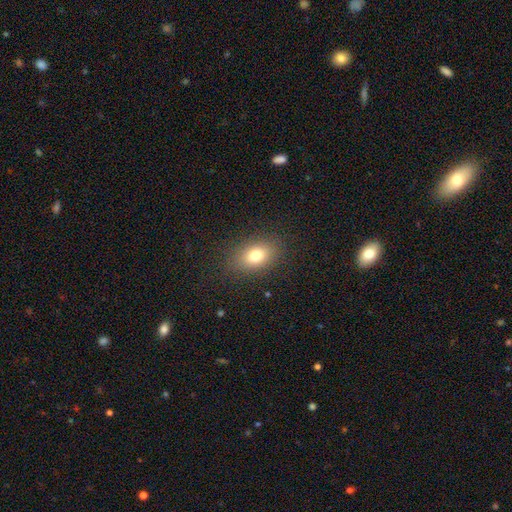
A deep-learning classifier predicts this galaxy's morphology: Smooth or featured? smooth (78%)
How rounded? in between (79%)
Merging? none (86%)